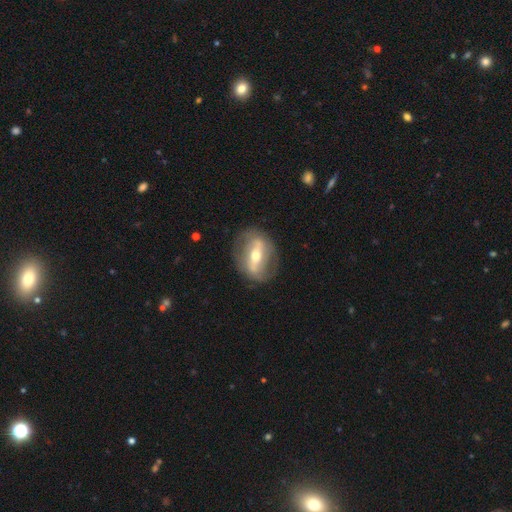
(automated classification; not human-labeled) This is likely a featured or disk galaxy (76%). It is clearly not viewed edge-on (85%). Bar: likely strong (68%). Spiral arm pattern: possibly yes (53%). Central bulge: likely moderate (67%). Merging: likely none (79%).